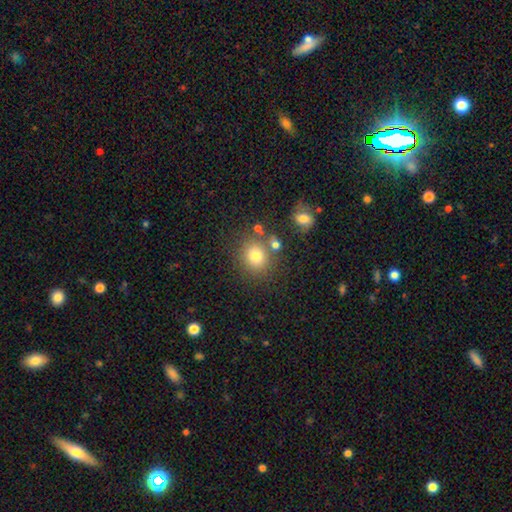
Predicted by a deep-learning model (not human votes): Smooth or featured?
  - smooth: 77% *
  - star or artifact: 13%
  - featured or disk: 9%
How rounded?
  - round: 81% *
  - in between: 18%
  - cigar-shaped: 1%
Merging?
  - none: 74% *
  - minor disturbance: 11%
  - merger: 11%
  - major disturbance: 4%